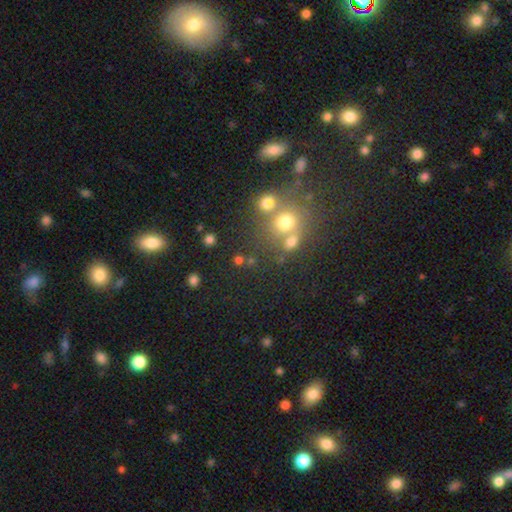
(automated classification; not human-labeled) smooth_or_featured: star or artifact (p=0.44) [alt: smooth p=0.43]